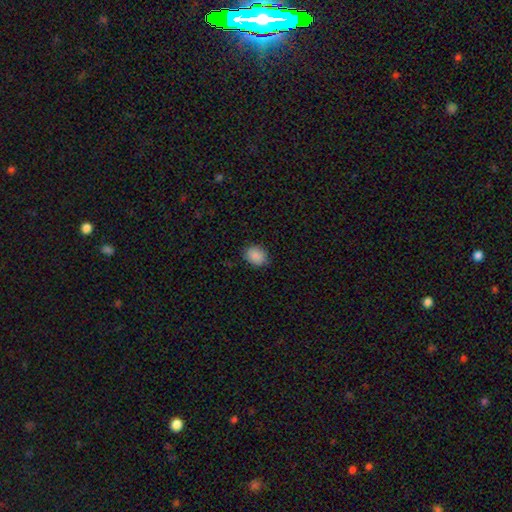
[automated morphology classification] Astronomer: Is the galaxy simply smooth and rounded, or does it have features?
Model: smooth — 88%.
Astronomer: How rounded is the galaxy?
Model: round — 51% (runner-up: in between, 48%).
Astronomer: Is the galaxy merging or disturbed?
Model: none — 86%.